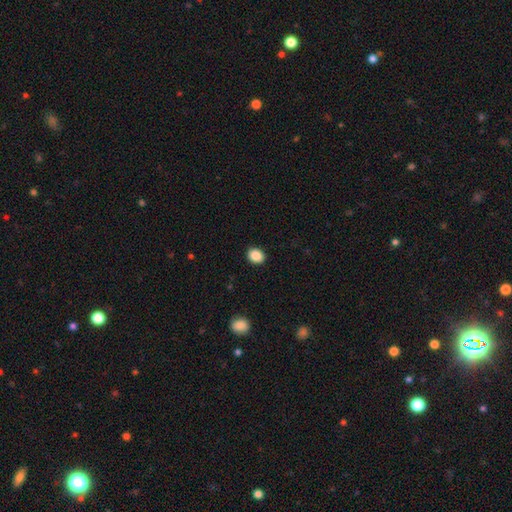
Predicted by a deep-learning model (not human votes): This appears to be a smooth galaxy with no disk features (88%) that is round (53%). Merging: none (91%).